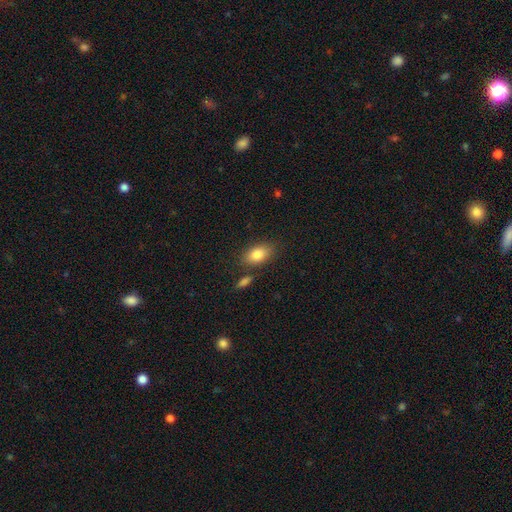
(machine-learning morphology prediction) Overall: smooth (83%). How rounded: in between (87%). Merging: none (77%).